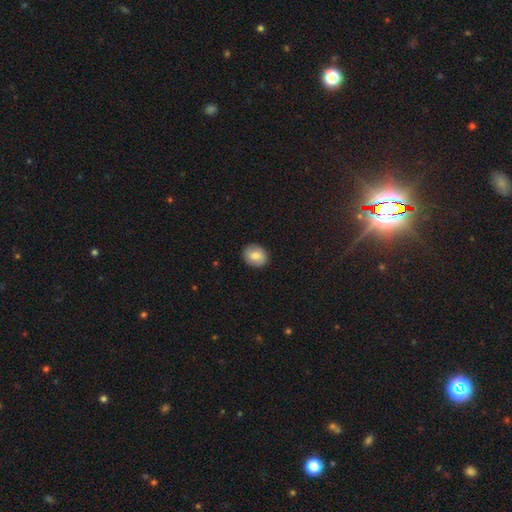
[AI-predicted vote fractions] Morphology: type=smooth (78%); roundness=round (72%); merging=none (90%).